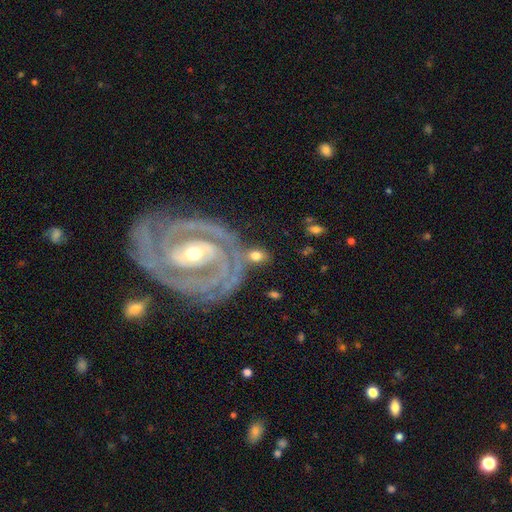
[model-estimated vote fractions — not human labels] This appears to be a smooth galaxy with no disk features (54%) that is in between round and cigar-shaped (65%). Merging: none (60%).